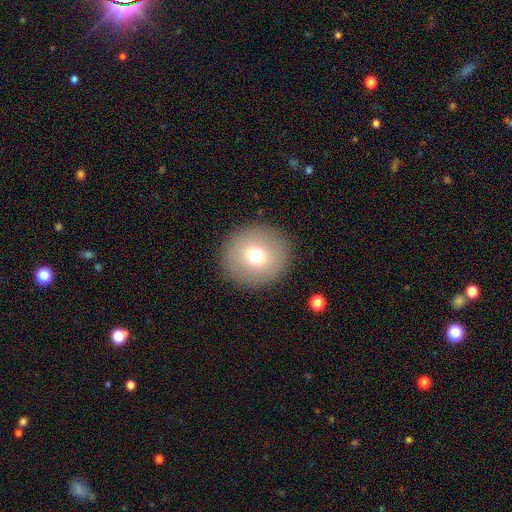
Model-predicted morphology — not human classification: Smooth or featured? Predicted: smooth (p=0.70). How rounded? Predicted: round (p=0.93). Merging? Predicted: none (p=0.90).